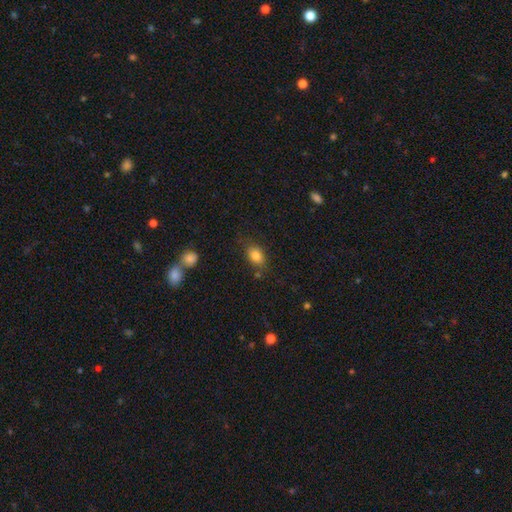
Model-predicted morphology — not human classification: smooth-or-featured: smooth: 81% | star or artifact: 10% | featured or disk: 9%
  how-rounded: in between: 77% | round: 21% | cigar-shaped: 2%
  merging: none: 77% | minor disturbance: 16% | merger: 4% | major disturbance: 4%